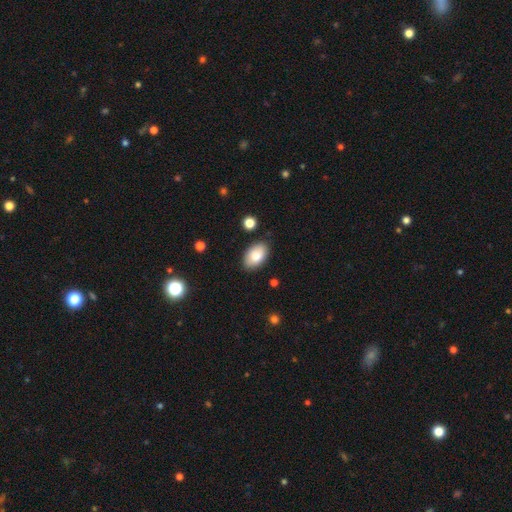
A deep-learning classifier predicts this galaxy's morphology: Smooth or featured? Predicted: smooth (p=0.81). How rounded? Predicted: in between (p=0.92). Merging? Predicted: none (p=0.86).